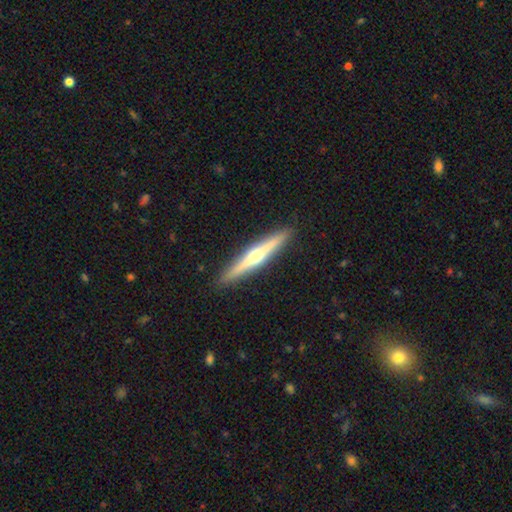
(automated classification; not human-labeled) smooth-or-featured: featured or disk: 71% | smooth: 23% | star or artifact: 5%
  disk-edge-on: yes: 98% | no: 2%
    edge-on-bulge: rounded: 90% | none: 7% | boxy: 4%
  merging: none: 92% | minor disturbance: 6% | major disturbance: 1% | merger: 1%